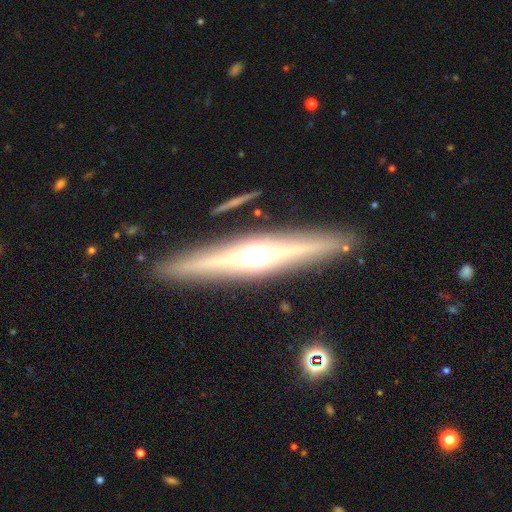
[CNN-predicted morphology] This appears to be a featured or disk galaxy (76%) viewed edge-on (96%) with a rounded central bulge (90%). Merging: none (89%).